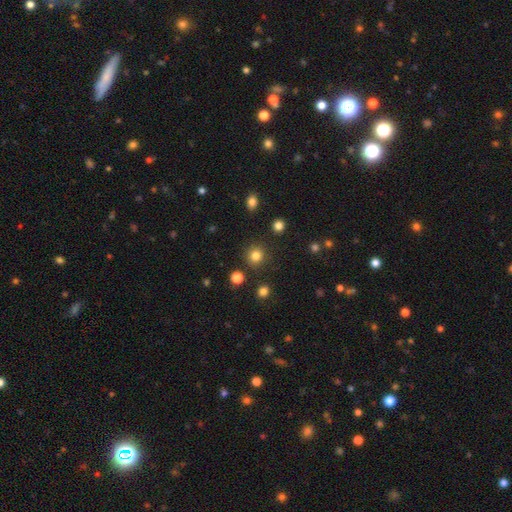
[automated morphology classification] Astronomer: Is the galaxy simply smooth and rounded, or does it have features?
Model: smooth — 82%.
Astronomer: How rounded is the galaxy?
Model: round — 92%.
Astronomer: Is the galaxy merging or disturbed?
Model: none — 89%.